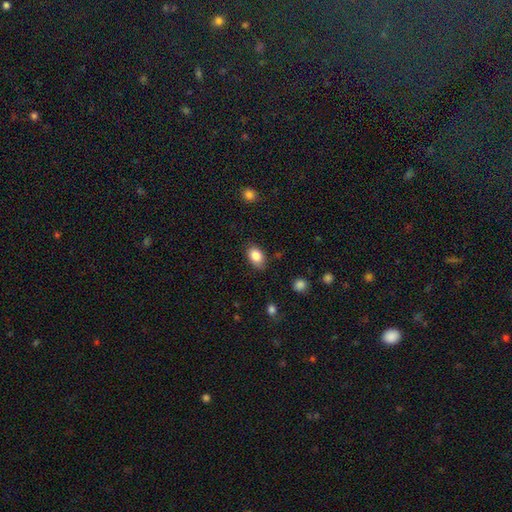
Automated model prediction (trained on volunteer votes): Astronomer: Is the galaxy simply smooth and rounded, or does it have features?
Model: smooth — 86%.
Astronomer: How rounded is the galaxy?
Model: in between — 85%.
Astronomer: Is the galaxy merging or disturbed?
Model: none — 81%.